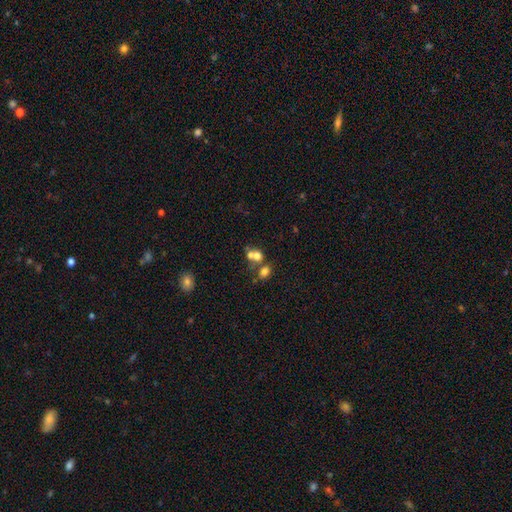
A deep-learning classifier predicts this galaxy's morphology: Q: Smooth or featured?
A: smooth (68%); runner-up: featured or disk (17%)
Q: How rounded?
A: round (58%); runner-up: in between (40%)
Q: Merging?
A: merger (54%); runner-up: none (32%)